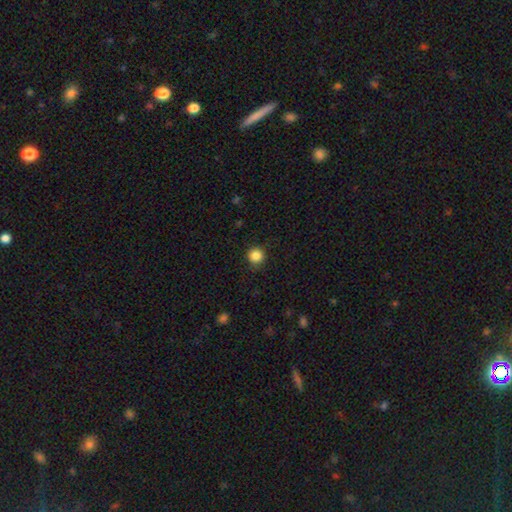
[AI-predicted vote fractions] smooth-or-featured: smooth: 87% | star or artifact: 10% | featured or disk: 3%
  how-rounded: round: 93% | in between: 6% | cigar-shaped: 1%
  merging: none: 88% | minor disturbance: 9% | major disturbance: 2% | merger: 1%